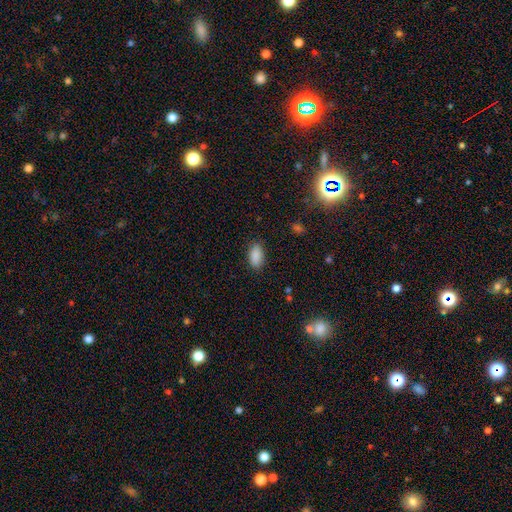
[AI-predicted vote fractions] This is clearly a smooth galaxy (89%). How rounded: clearly in between (93%). Merging: clearly none (86%).